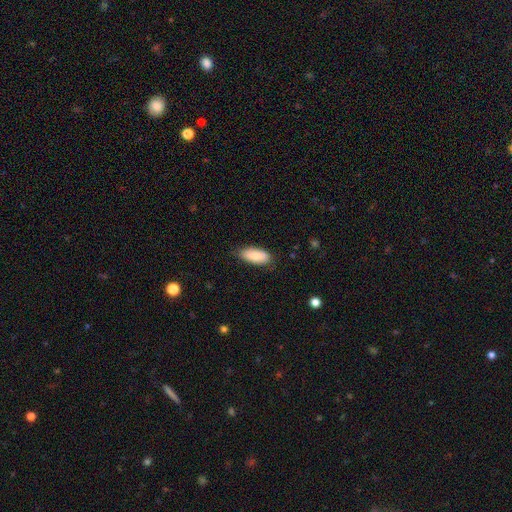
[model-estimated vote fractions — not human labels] This is clearly a smooth galaxy (82%). How rounded: clearly in between (85%). Merging: likely none (78%).